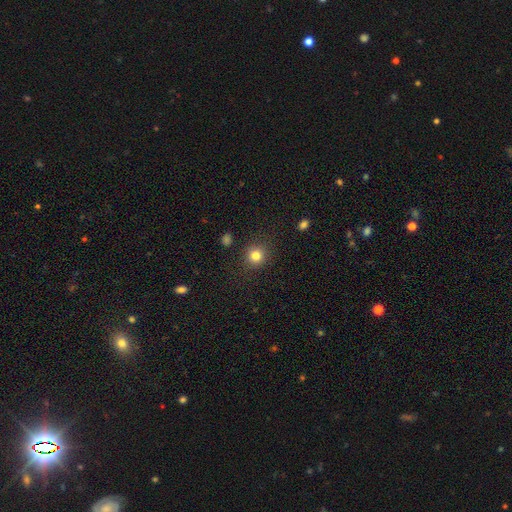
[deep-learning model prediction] Overall: smooth (82%). How rounded: round (90%). Merging: none (88%).